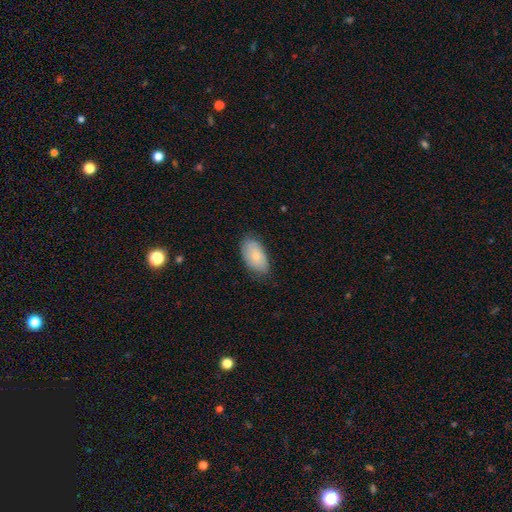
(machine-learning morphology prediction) A smooth galaxy with no disk features (73%) that is in between round and cigar-shaped (94%).

Vote fractions:
- Smooth or featured? smooth: 73% / featured or disk: 21% / star or artifact: 6%
- How rounded? in between: 94% / round: 4% / cigar-shaped: 2%
- Merging? none: 76% / minor disturbance: 20% / major disturbance: 4% / merger: 1%